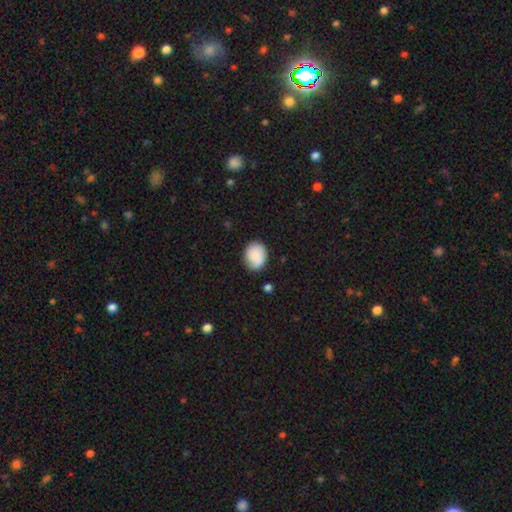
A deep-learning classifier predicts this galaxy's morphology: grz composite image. It shows a smooth galaxy with no disk features (83%) that is round (54%). Merging: none (79%).